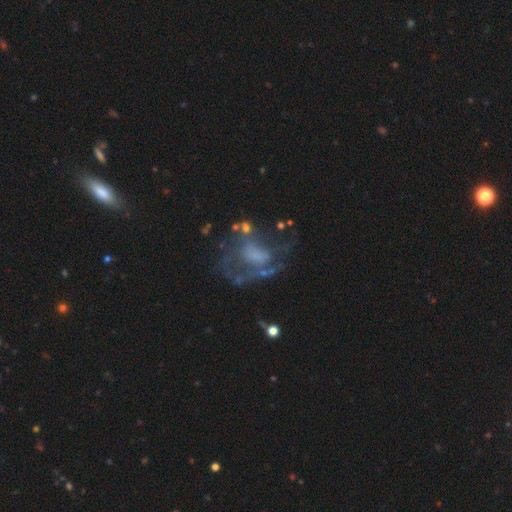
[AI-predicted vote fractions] A featured or disk galaxy (66%) with no bar (66%), no spiral arms (51%) and no central bulge (48%).

Vote fractions:
- Smooth or featured? featured or disk: 66% / smooth: 20% / star or artifact: 14%
- Edge-on disk? no: 97% / yes: 3%
- Bar? no: 66% / weak: 25% / strong: 9%
- Spiral arms? no: 51% / yes: 49%
- Bulge size? none: 48% / moderate: 21% / small: 20% / large: 9% / dominant: 2%
- Merging? major disturbance: 38% / none: 37% / minor disturbance: 17% / merger: 7%